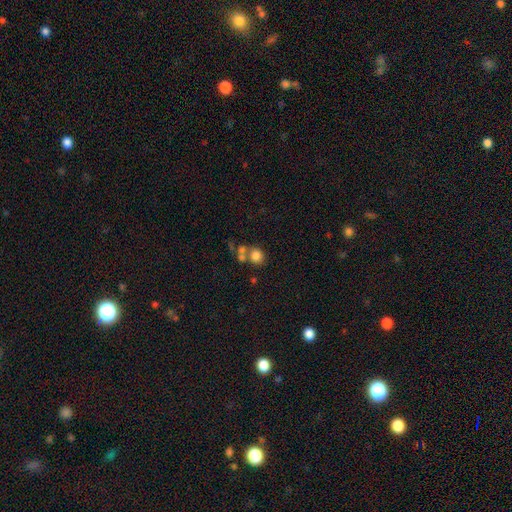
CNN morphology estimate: This appears to be a smooth galaxy with no disk features (77%) that is round (79%). Merging: none (49%).